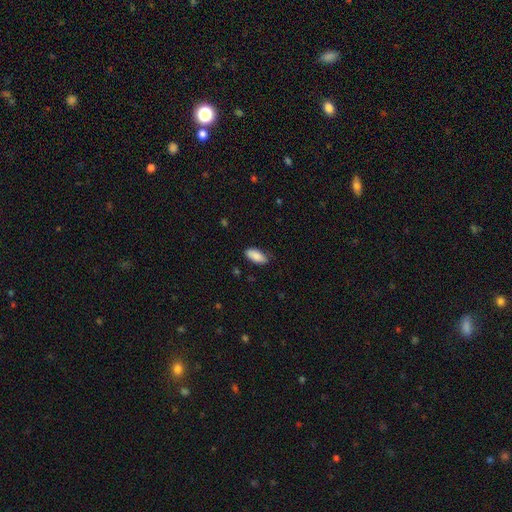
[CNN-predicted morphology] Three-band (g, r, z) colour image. It shows a smooth galaxy with no disk features (88%) that is in between round and cigar-shaped (88%). Merging: none (79%).